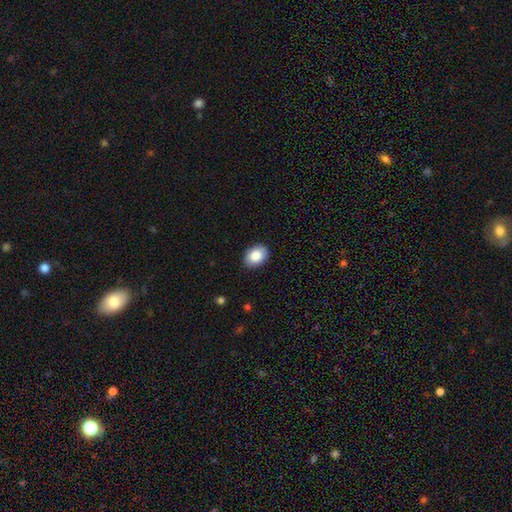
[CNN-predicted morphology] smooth 86%, featured or disk 7%, star or artifact 7%. Down the decision tree: how rounded — in between (79%); merging — none (88%).